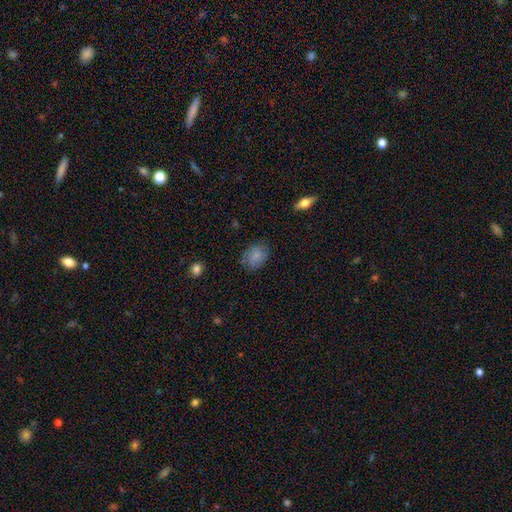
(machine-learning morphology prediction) type=smooth (76%); roundness=in between (64%); merging=none (74%).